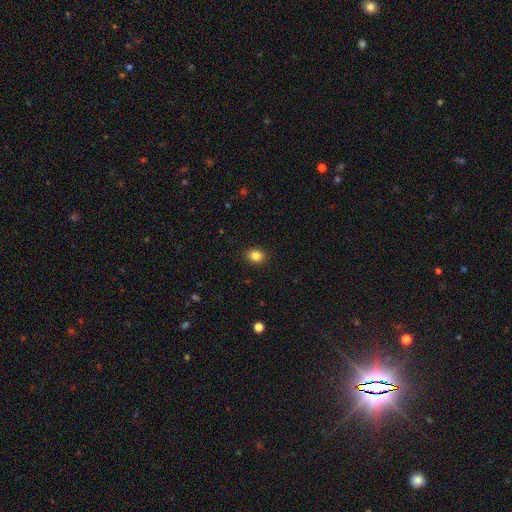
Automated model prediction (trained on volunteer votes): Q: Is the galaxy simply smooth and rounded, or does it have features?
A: smooth — 85%.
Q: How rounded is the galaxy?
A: round — 58%.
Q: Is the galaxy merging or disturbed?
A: none — 90%.